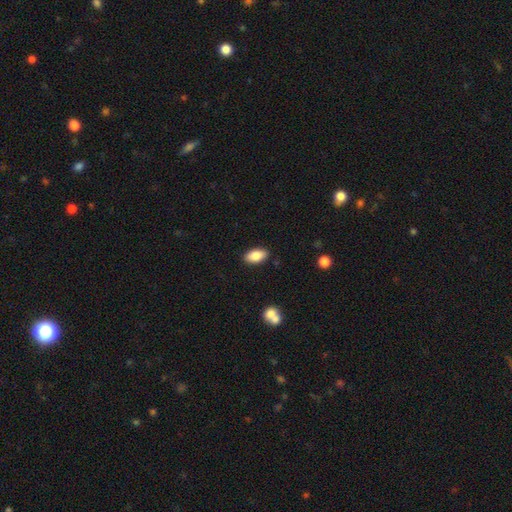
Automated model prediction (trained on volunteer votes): Smooth or featured? smooth (85%)
How rounded? in between (91%)
Merging? none (88%)